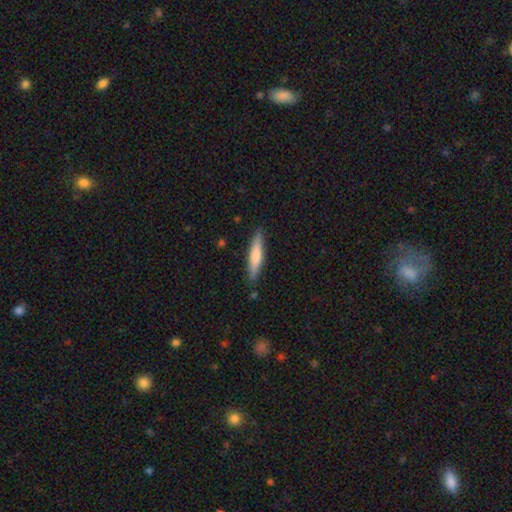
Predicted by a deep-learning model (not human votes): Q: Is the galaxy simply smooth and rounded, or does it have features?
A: smooth — 59%.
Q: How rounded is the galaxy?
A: cigar-shaped — 88%.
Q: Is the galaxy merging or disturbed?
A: none — 88%.